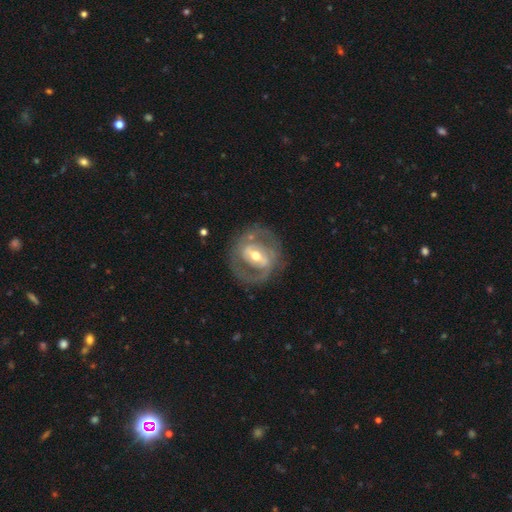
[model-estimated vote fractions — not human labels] A featured or disk galaxy (80%) with a strong bar (41%), 2 (71%) tight (44%) spiral arms (73%) and a moderate central bulge (69%).

Vote fractions:
- Smooth or featured? featured or disk: 80% / smooth: 15% / star or artifact: 5%
- Edge-on disk? no: 96% / yes: 4%
- Bar? strong: 41% / weak: 38% / no: 20%
- Spiral arms? yes: 73% / no: 27%
- Spiral winding? tight: 44% / medium: 40% / loose: 16%
- Spiral arm count? 2: 71% / can't tell: 15% / 1: 8% / 3: 4% / 4: 1% / more than 4: 1%
- Bulge size? moderate: 69% / small: 21% / large: 8% / dominant: 1% / none: 1%
- Merging? none: 73% / minor disturbance: 15% / major disturbance: 11% / merger: 2%